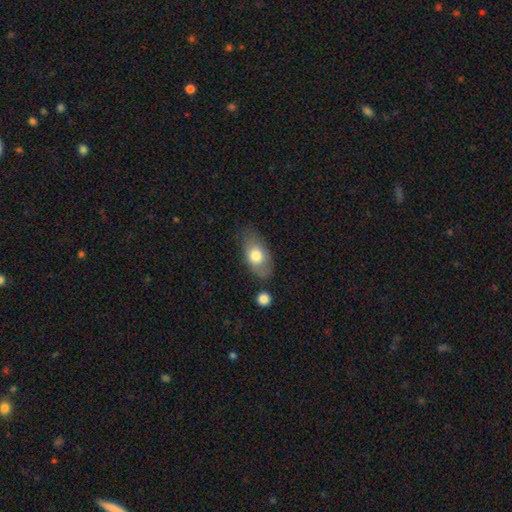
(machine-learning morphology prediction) A smooth galaxy with no disk features (74%) that is in between round and cigar-shaped (86%). Merging: none (65%).